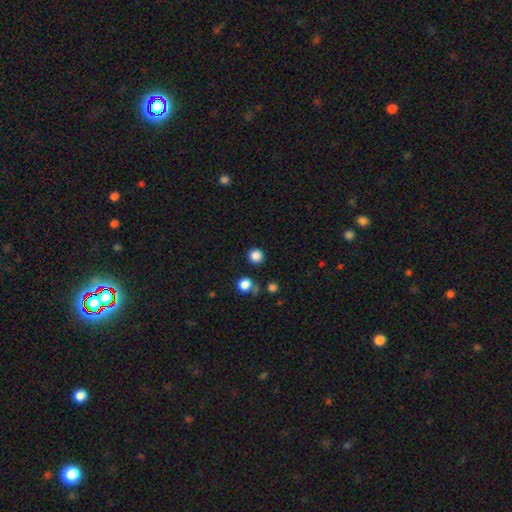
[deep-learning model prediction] Q: Smooth or featured?
A: smooth (85%); runner-up: star or artifact (12%)
Q: How rounded?
A: round (94%); runner-up: in between (5%)
Q: Merging?
A: none (89%); runner-up: minor disturbance (6%)